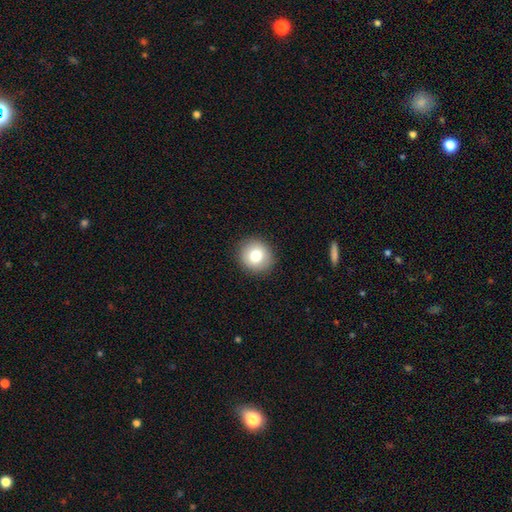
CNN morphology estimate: This appears to be a smooth galaxy with no disk features (79%) that is round (89%). Merging: none (91%).